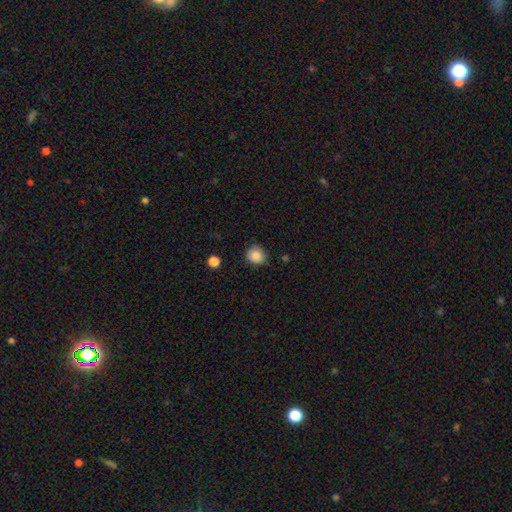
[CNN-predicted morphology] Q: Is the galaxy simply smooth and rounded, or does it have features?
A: smooth — 87%.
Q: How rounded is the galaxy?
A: round — 81%.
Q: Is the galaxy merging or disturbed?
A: none — 78%.